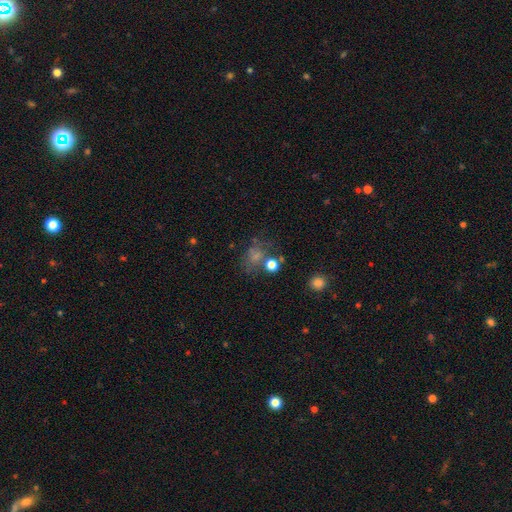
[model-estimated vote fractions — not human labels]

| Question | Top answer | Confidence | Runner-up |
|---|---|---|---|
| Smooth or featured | smooth | 59% | star or artifact (22%) |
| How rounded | round | 59% | in between (40%) |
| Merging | none | 47% | major disturbance (18%) |